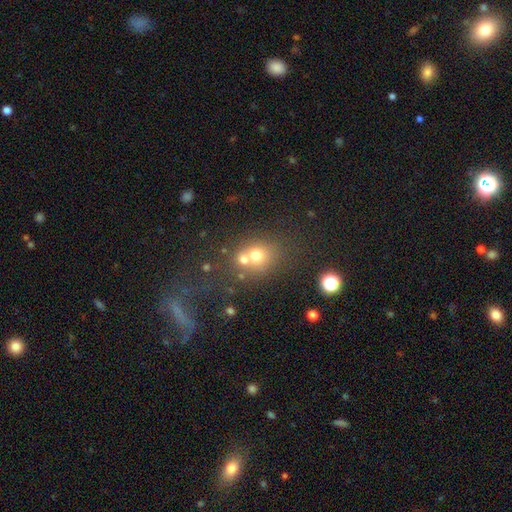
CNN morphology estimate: smooth 66%, star or artifact 17%, featured or disk 17%. Down the decision tree: how rounded — round (72%); merging — merger (44%).